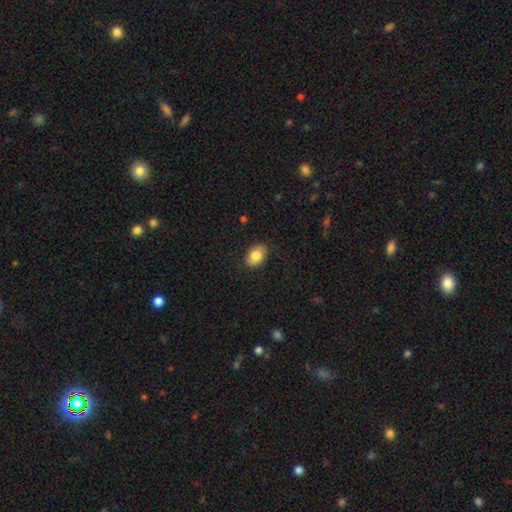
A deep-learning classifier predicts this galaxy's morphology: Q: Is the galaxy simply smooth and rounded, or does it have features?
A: smooth — 82%.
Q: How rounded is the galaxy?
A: in between — 83%.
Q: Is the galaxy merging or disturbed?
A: none — 86%.